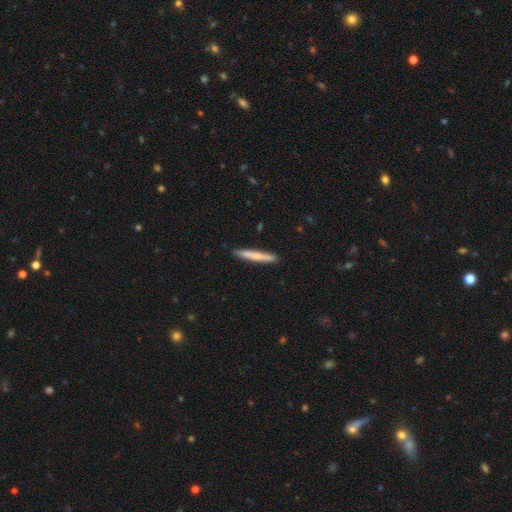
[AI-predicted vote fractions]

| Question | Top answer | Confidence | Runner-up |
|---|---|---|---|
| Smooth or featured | smooth | 71% | featured or disk (24%) |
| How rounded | cigar-shaped | 96% | in between (3%) |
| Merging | none | 90% | minor disturbance (7%) |